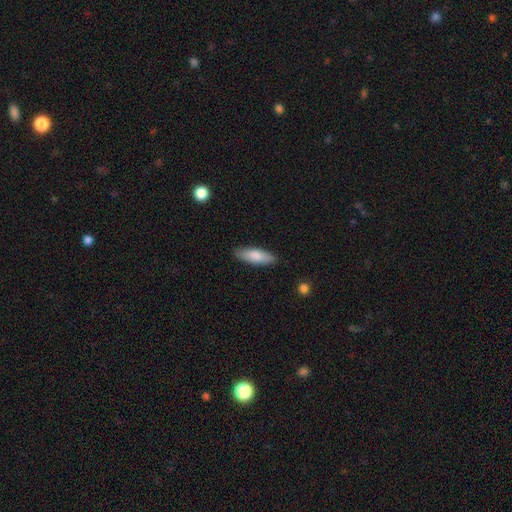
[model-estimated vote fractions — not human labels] Smooth or featured?
  - smooth: 81% *
  - featured or disk: 13%
  - star or artifact: 5%
How rounded?
  - in between: 55% *
  - cigar-shaped: 43%
  - round: 2%
Merging?
  - none: 87% *
  - minor disturbance: 10%
  - major disturbance: 2%
  - merger: 1%